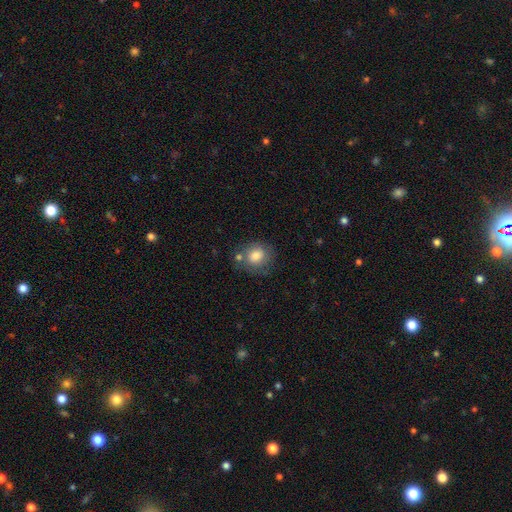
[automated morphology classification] A smooth galaxy with no disk features (78%) that is round (73%).

Vote fractions:
- Smooth or featured? smooth: 78% / featured or disk: 13% / star or artifact: 9%
- How rounded? round: 73% / in between: 26% / cigar-shaped: 1%
- Merging? none: 65% / minor disturbance: 18% / merger: 11% / major disturbance: 6%